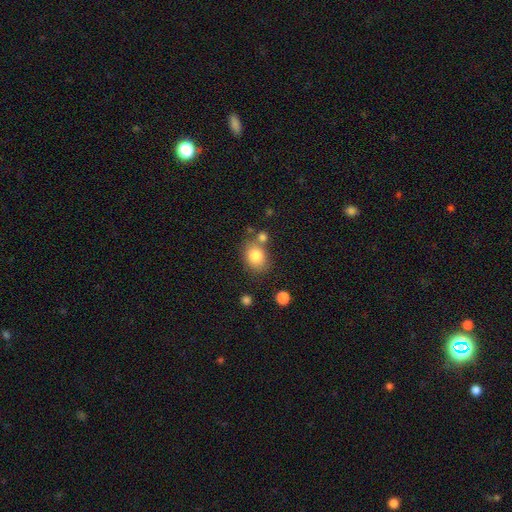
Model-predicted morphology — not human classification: The model was most divided on "how rounded": in between: 51%, round: 48%, cigar-shaped: 1%. More confident: smooth or featured — smooth (82%); merging — none (66%).